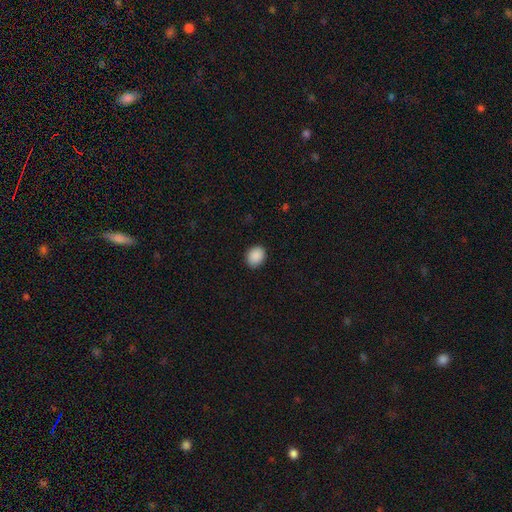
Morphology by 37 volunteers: smooth-or-featured: smooth: 92% | star or artifact: 5% | featured or disk: 3%
  how-rounded: in between: 62% | round: 38% | cigar-shaped: 0%
  merging: none: 86% | minor disturbance: 11% | major disturbance: 3% | merger: 0%